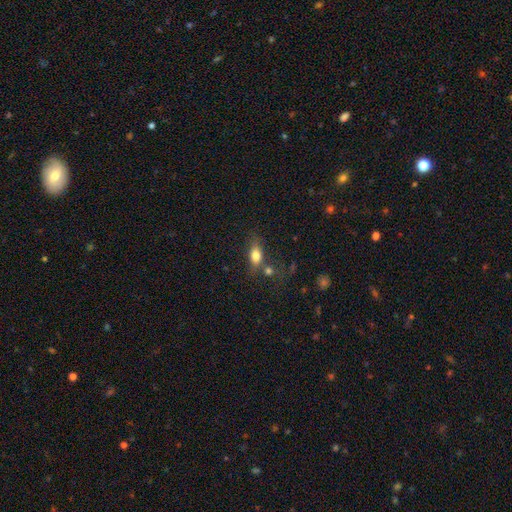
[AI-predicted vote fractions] The model was most divided on "merging": none: 51%, merger: 21%, minor disturbance: 19%, major disturbance: 9%. More confident: smooth or featured — smooth (78%); how rounded — in between (77%).